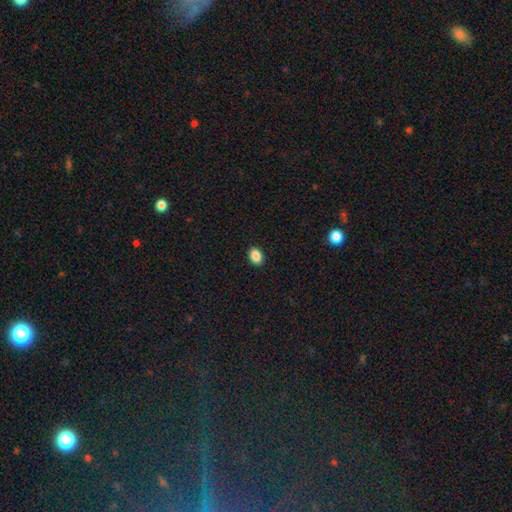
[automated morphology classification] smooth 88%, star or artifact 9%, featured or disk 3%. Down the decision tree: how rounded — in between (76%); merging — none (91%).